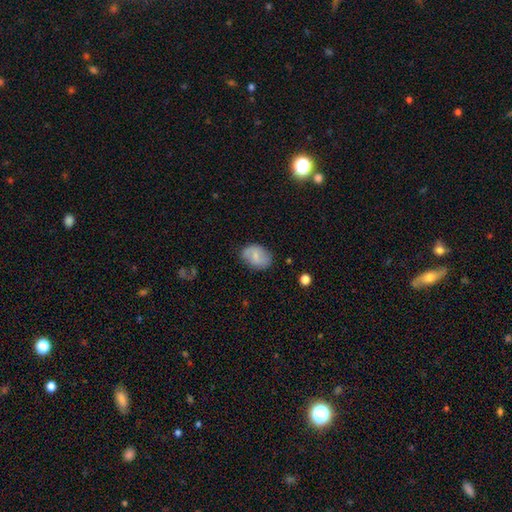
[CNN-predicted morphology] This appears to be a smooth galaxy with no disk features (67%) that is in between round and cigar-shaped (77%). Merging: none (75%).